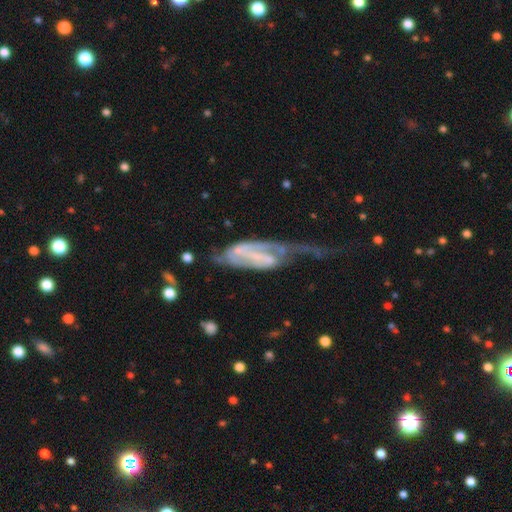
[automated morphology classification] Smooth or featured? featured or disk (79%)
Edge-on disk? no (92%)
Bar? strong (40%)
Spiral arms? yes (87%)
Spiral winding? loose (39%)
Spiral arm count? 2 (63%)
Bulge size? none (48%)
Merging? major disturbance (53%)